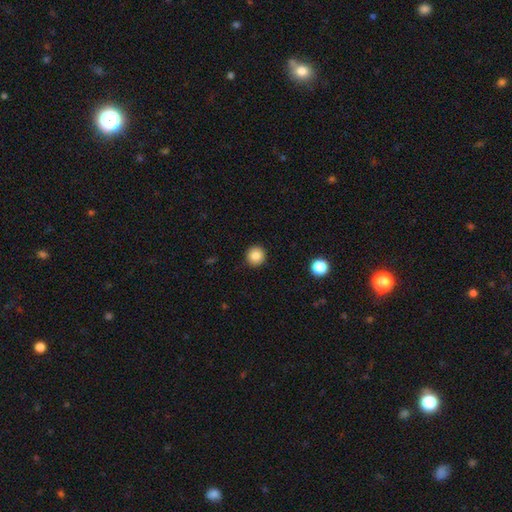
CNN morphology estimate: type=smooth (86%); roundness=round (93%); merging=none (92%).